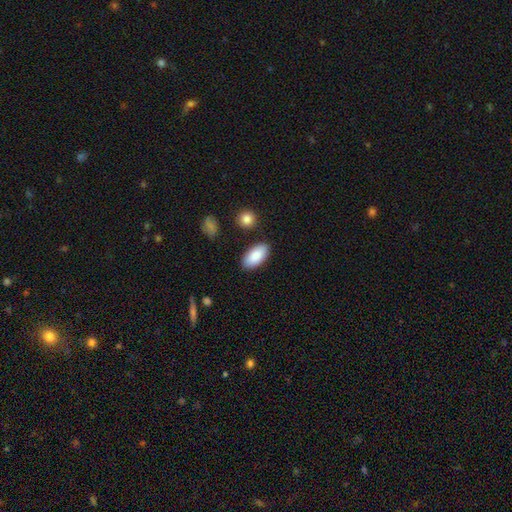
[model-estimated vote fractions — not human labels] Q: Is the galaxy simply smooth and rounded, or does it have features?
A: smooth — 87%.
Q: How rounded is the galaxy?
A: in between — 92%.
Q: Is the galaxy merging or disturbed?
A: none — 85%.